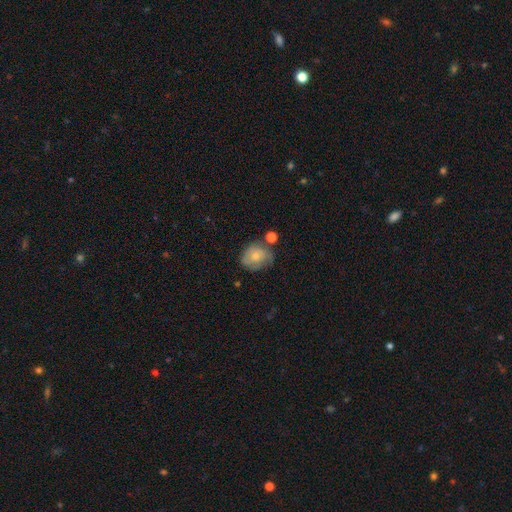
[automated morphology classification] A smooth galaxy with no disk features (67%) that is round (59%). Merging: none (52%).